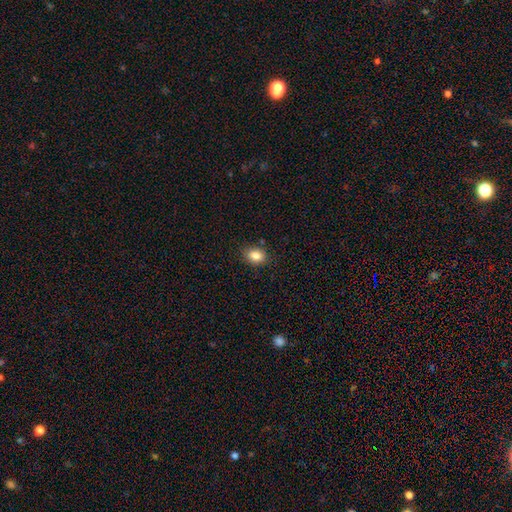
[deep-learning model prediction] This is clearly a smooth galaxy (85%). How rounded: likely in between (64%). Merging: clearly none (85%).